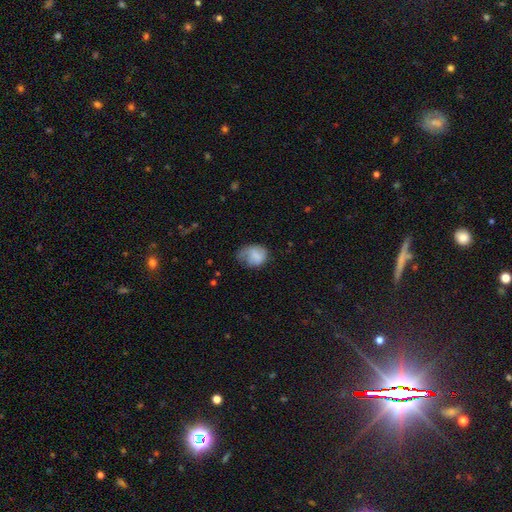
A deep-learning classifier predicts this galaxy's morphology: type=smooth (75%); roundness=in between (55%); merging=minor disturbance (39%).